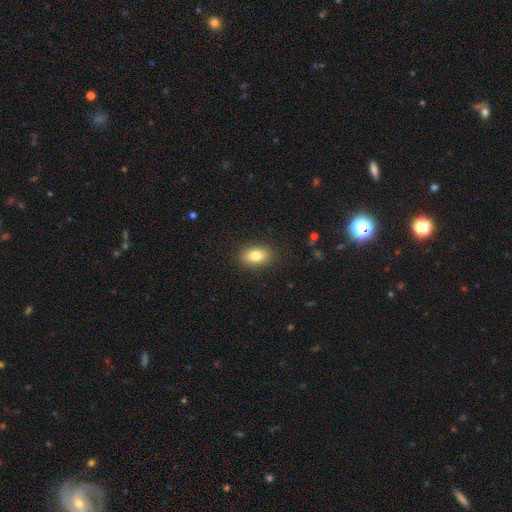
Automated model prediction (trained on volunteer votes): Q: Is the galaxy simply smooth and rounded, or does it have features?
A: smooth — 81%.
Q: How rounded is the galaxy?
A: in between — 83%.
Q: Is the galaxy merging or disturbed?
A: none — 88%.